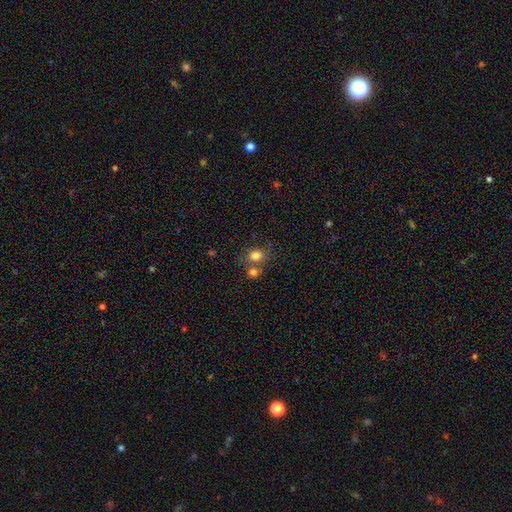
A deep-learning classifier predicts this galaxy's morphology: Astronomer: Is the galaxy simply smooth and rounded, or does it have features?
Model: smooth — 81%.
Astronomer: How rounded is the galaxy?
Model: round — 63%.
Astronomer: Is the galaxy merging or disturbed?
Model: none — 53% (runner-up: merger, 32%).